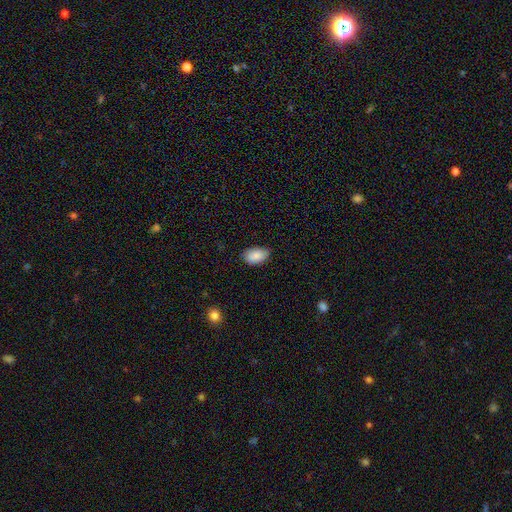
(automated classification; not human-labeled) Smooth or featured?
  - smooth: 88% *
  - star or artifact: 7%
  - featured or disk: 6%
How rounded?
  - in between: 93% *
  - round: 6%
  - cigar-shaped: 1%
Merging?
  - none: 78% *
  - minor disturbance: 18%
  - major disturbance: 3%
  - merger: 1%